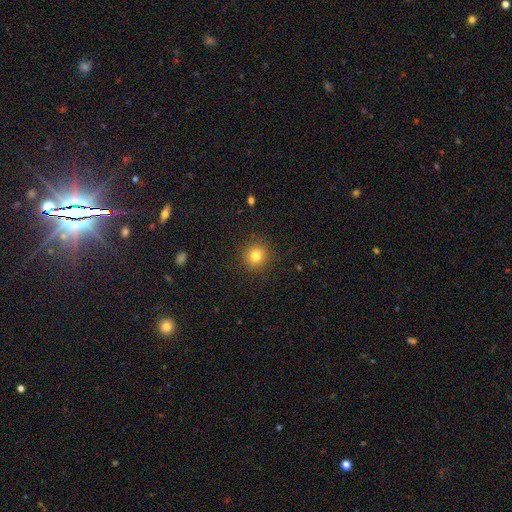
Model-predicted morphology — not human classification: Smooth or featured?
  - smooth: 81% *
  - star or artifact: 12%
  - featured or disk: 7%
How rounded?
  - round: 91% *
  - in between: 8%
  - cigar-shaped: 1%
Merging?
  - none: 90% *
  - minor disturbance: 7%
  - major disturbance: 2%
  - merger: 1%